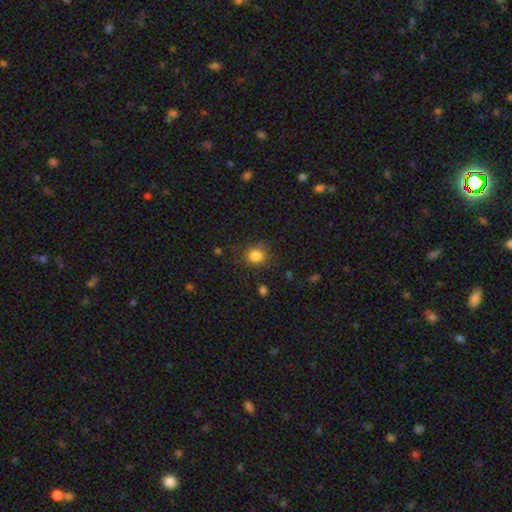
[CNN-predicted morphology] Q: Smooth or featured?
A: smooth (84%); runner-up: star or artifact (11%)
Q: How rounded?
A: round (84%); runner-up: in between (15%)
Q: Merging?
A: none (79%); runner-up: minor disturbance (15%)